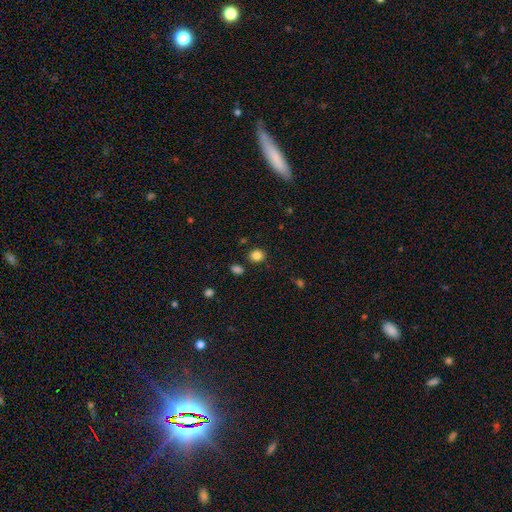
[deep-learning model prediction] The model was most divided on "how rounded": round: 72%, in between: 27%, cigar-shaped: 1%. More confident: merging — none (85%); smooth or featured — smooth (84%).